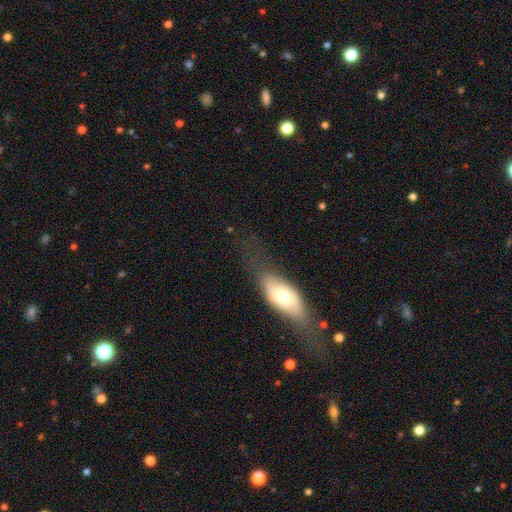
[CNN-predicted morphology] Smooth or featured?
  - featured or disk: 49% *
  - smooth: 42%
  - star or artifact: 9%
Merging?
  - none: 60% *
  - minor disturbance: 21%
  - major disturbance: 16%
  - merger: 3%